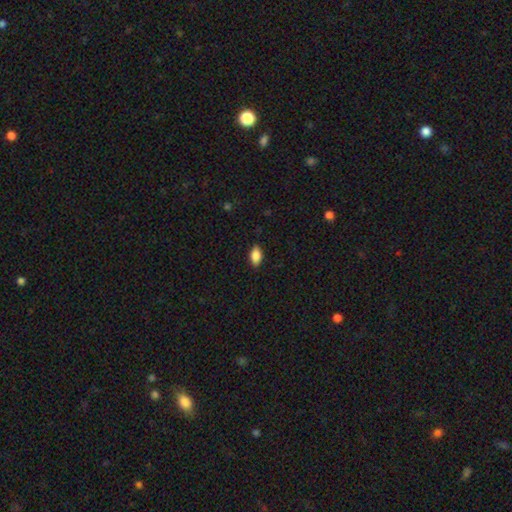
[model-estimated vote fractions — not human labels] Q: Smooth or featured?
A: smooth (85%); runner-up: star or artifact (8%)
Q: How rounded?
A: in between (90%); runner-up: cigar-shaped (5%)
Q: Merging?
A: none (86%); runner-up: minor disturbance (11%)